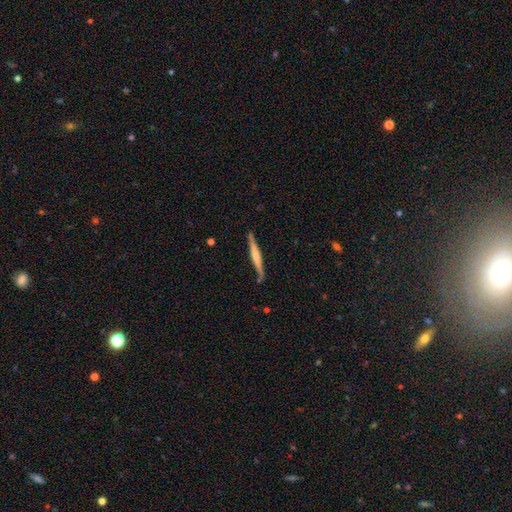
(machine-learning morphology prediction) Smooth or featured? featured or disk (56%)
Edge-on disk? yes (97%)
Edge-on bulge? rounded (40%)
Merging? none (82%)